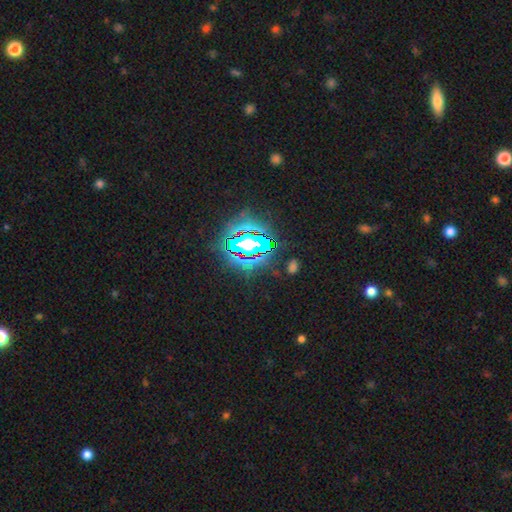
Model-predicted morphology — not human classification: Smooth or featured? Predicted: star or artifact (p=0.73).